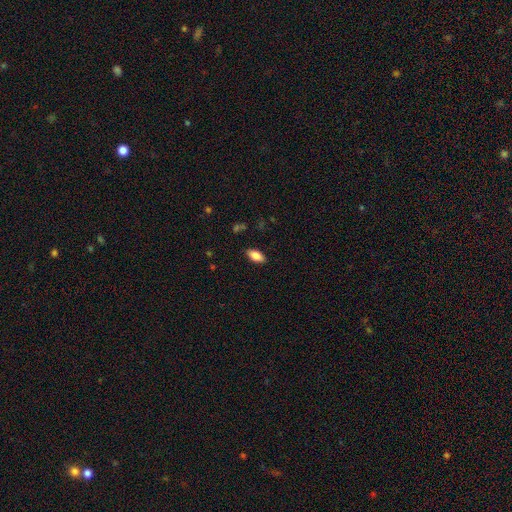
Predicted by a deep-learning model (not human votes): This appears to be a smooth galaxy with no disk features (83%) that is in between round and cigar-shaped (90%). Merging: none (87%).